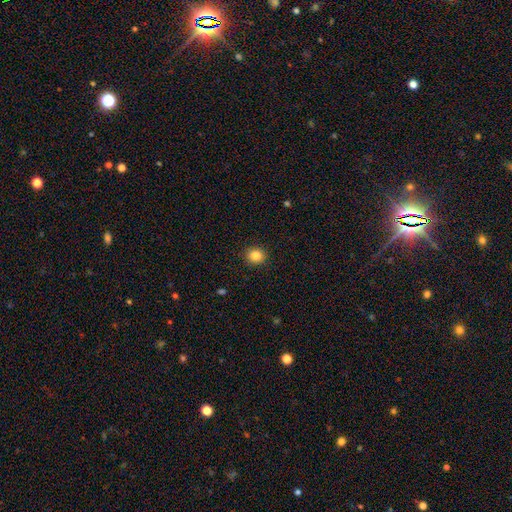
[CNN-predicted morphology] Smooth or featured? smooth (84%)
How rounded? round (77%)
Merging? none (91%)